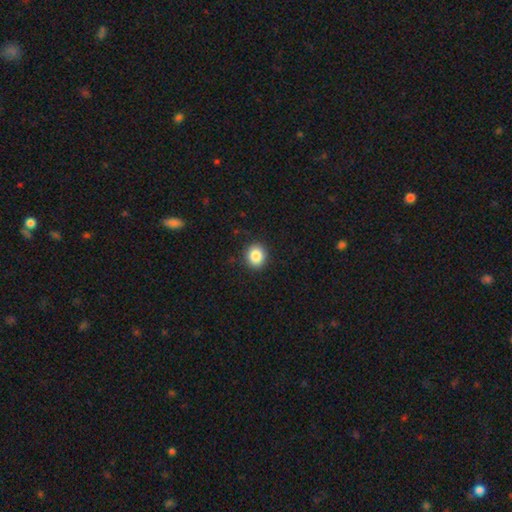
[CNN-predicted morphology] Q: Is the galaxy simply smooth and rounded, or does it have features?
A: smooth — 87%.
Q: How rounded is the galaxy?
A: round — 78%.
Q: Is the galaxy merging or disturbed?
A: none — 90%.